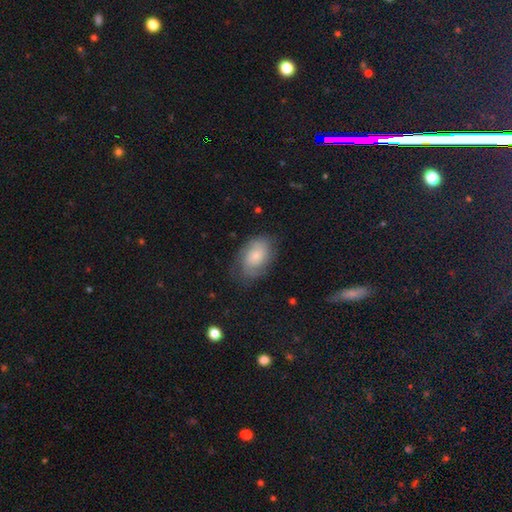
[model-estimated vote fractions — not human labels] Smooth or featured?
  - featured or disk: 46% *
  - smooth: 45%
  - star or artifact: 8%
Merging?
  - none: 68% *
  - minor disturbance: 22%
  - major disturbance: 9%
  - merger: 1%